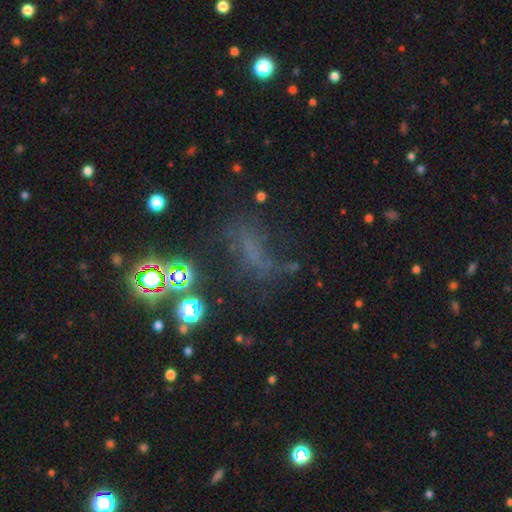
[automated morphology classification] smooth-or-featured: star or artifact: 46% | smooth: 33% | featured or disk: 21%